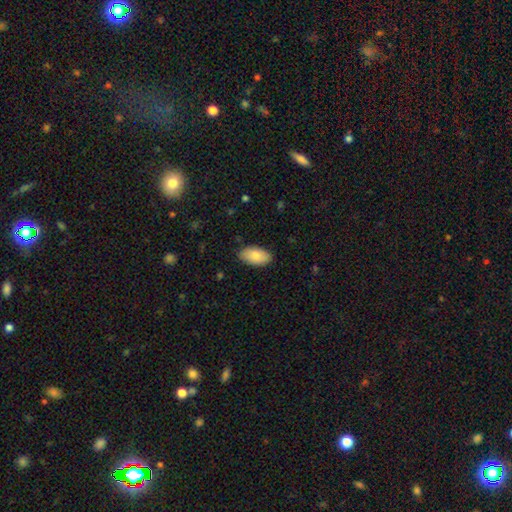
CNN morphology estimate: smooth-or-featured: smooth: 85% | featured or disk: 9% | star or artifact: 6%
  how-rounded: in between: 95% | cigar-shaped: 2% | round: 2%
  merging: none: 87% | minor disturbance: 10% | major disturbance: 2% | merger: 1%